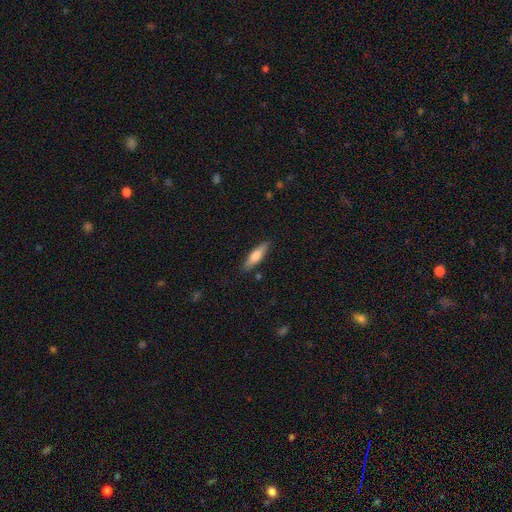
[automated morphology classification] A smooth galaxy with no disk features (60%) that is cigar-shaped (65%). Merging: none (86%).